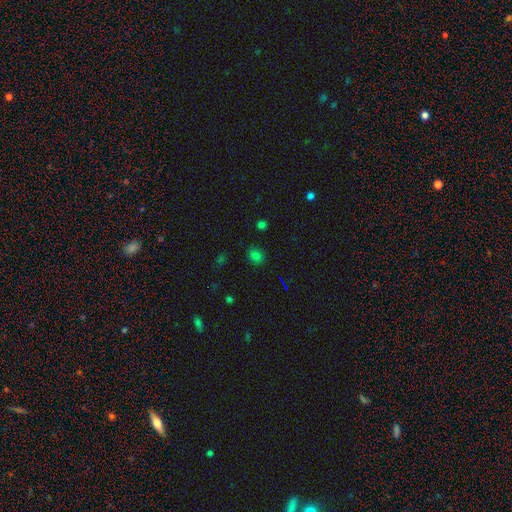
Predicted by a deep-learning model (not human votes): Smooth or featured?
  - smooth: 74% *
  - star or artifact: 20%
  - featured or disk: 6%
How rounded?
  - round: 63% *
  - in between: 36%
  - cigar-shaped: 1%
Merging?
  - none: 85% *
  - minor disturbance: 11%
  - major disturbance: 3%
  - merger: 2%